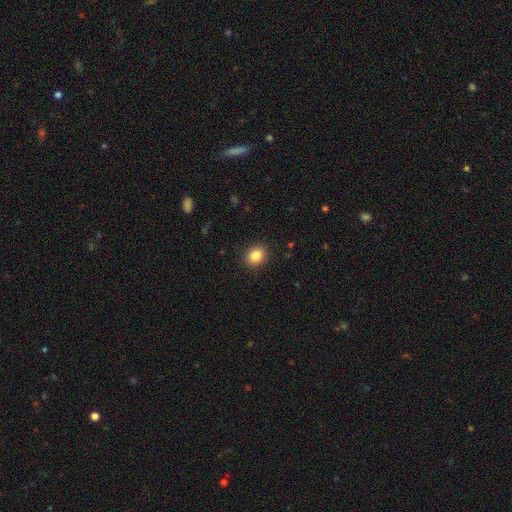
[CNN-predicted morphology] A smooth galaxy with no disk features (85%) that is round (53%). Merging: none (90%).